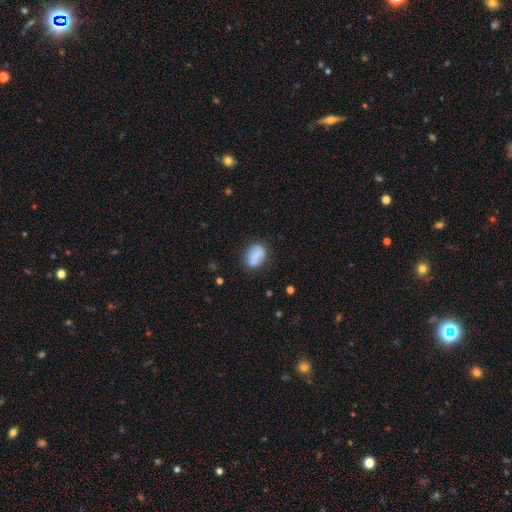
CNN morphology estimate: smooth 77%, featured or disk 14%, star or artifact 8%. Down the decision tree: how rounded — in between (69%); merging — none (66%).